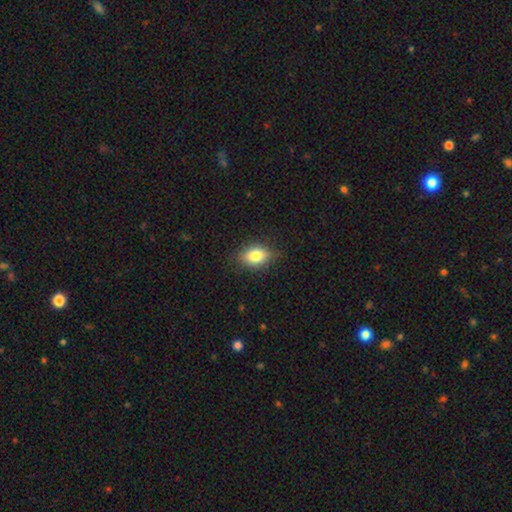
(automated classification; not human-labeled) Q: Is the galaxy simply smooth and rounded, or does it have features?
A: smooth — 80%.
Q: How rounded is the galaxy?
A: in between — 75%.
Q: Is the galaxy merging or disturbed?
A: none — 79%.